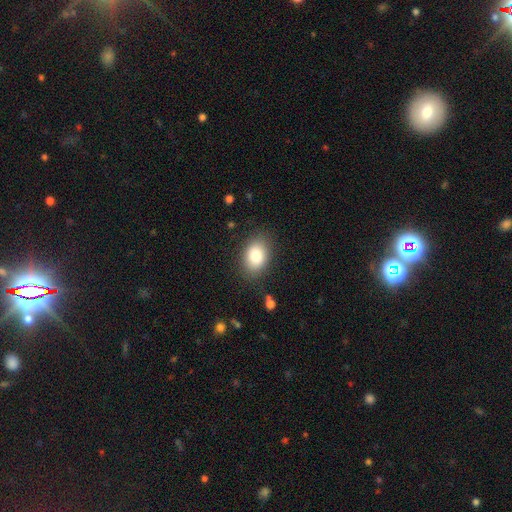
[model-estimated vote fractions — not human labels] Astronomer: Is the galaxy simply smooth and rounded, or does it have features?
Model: smooth — 83%.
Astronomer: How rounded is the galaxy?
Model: in between — 80%.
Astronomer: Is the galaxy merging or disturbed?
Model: none — 84%.